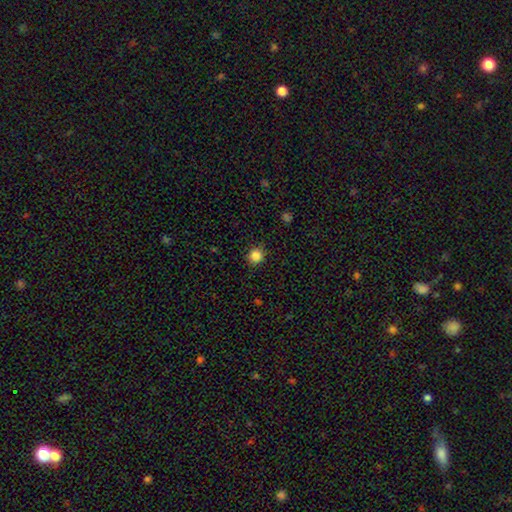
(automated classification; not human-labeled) smooth 85%, star or artifact 11%, featured or disk 4%. Down the decision tree: how rounded — round (92%); merging — none (90%).